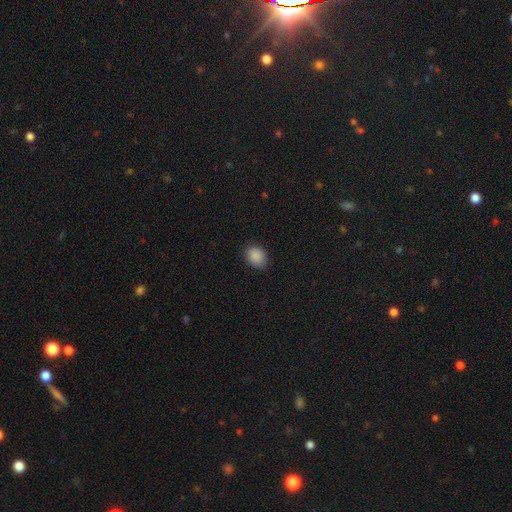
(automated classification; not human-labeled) Morphology: type=smooth (89%); roundness=in between (63%); merging=none (84%).